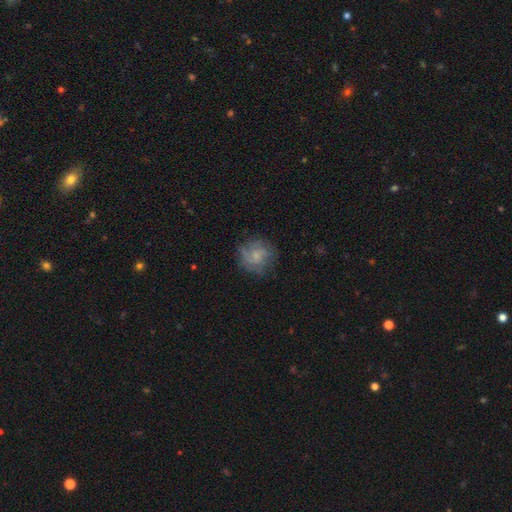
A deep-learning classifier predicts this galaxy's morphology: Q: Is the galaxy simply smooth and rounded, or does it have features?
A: smooth — 50%.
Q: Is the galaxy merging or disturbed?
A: none — 69%.